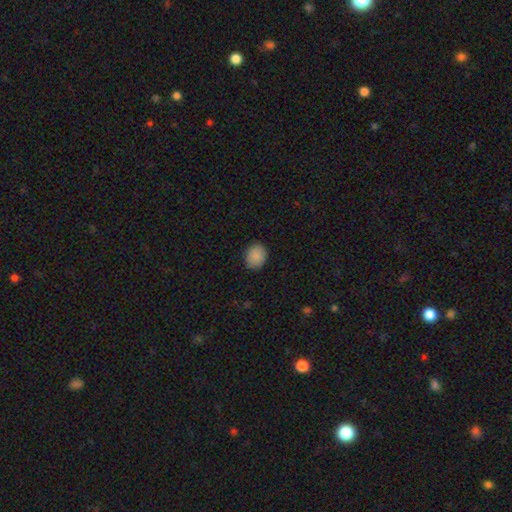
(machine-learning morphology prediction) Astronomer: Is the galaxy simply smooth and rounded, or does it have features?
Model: smooth — 88%.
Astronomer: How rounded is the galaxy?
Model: in between — 50% (runner-up: round, 49%).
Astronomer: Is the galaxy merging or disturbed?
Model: none — 86%.